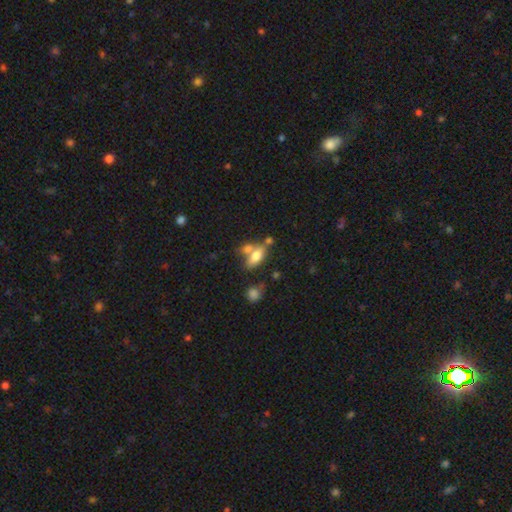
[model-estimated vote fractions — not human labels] This appears to be a smooth galaxy with no disk features (71%) that is in between round and cigar-shaped (83%). Merging: none (43%).